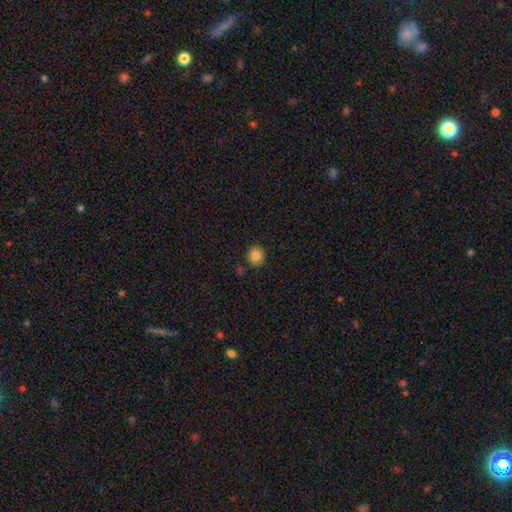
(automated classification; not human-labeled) smooth 85%, star or artifact 10%, featured or disk 5%. Down the decision tree: how rounded — round (82%); merging — none (86%).